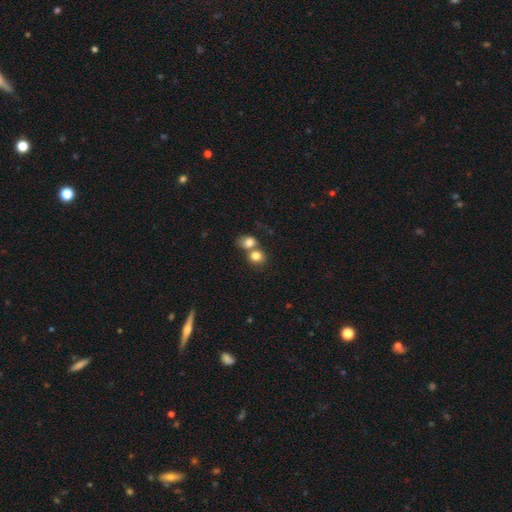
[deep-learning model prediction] A smooth galaxy with no disk features (79%) that is round (69%).

Vote fractions:
- Smooth or featured? smooth: 79% / featured or disk: 10% / star or artifact: 10%
- How rounded? round: 69% / in between: 30% / cigar-shaped: 1%
- Merging? merger: 57% / none: 32% / minor disturbance: 7% / major disturbance: 3%